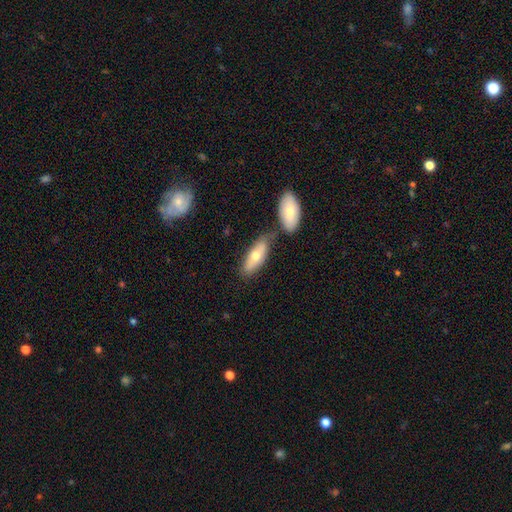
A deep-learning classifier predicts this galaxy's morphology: Smooth or featured? Predicted: smooth (p=0.65). How rounded? Predicted: in between (p=0.69). Merging? Predicted: none (p=0.55).